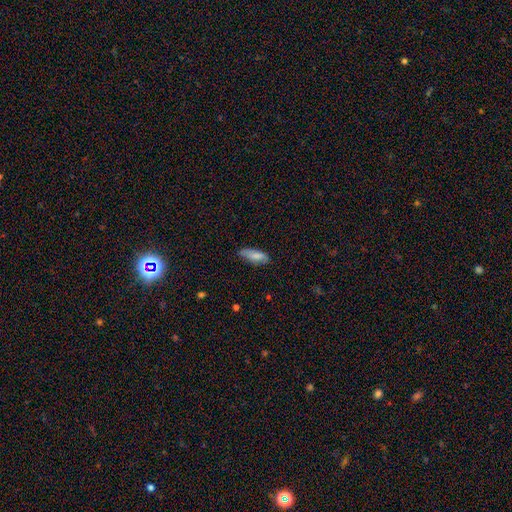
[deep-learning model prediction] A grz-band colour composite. It shows a smooth galaxy with no disk features (80%) that is in between round and cigar-shaped (60%). Merging: none (68%).